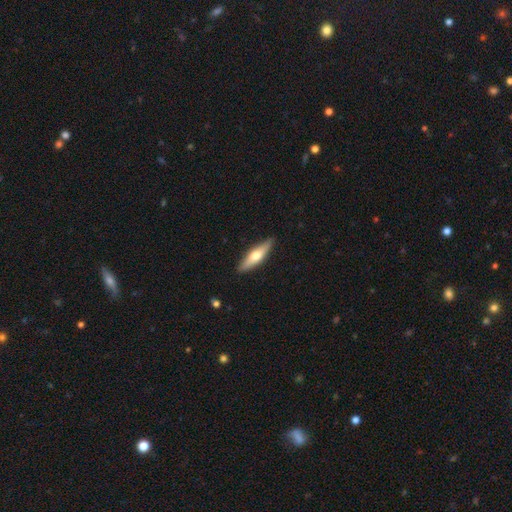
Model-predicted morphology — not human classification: Smooth or featured: smooth — 49% (featured or disk — 45%)
Merging: none — 89% (minor disturbance — 8%)